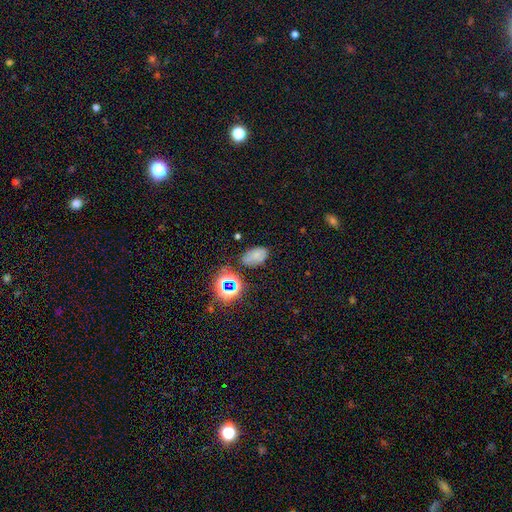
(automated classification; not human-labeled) A smooth galaxy with no disk features (66%) that is in between round and cigar-shaped (89%).

Vote fractions:
- Smooth or featured? smooth: 66% / star or artifact: 24% / featured or disk: 10%
- How rounded? in between: 89% / round: 10% / cigar-shaped: 2%
- Merging? none: 71% / minor disturbance: 19% / major disturbance: 6% / merger: 4%